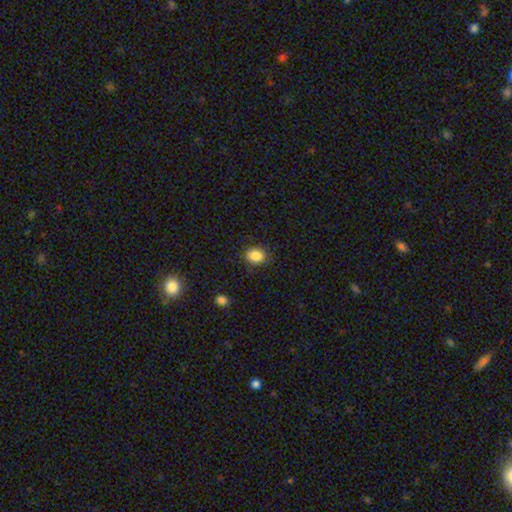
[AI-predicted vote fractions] smooth_or_featured: smooth (p=0.86) [alt: star or artifact p=0.10]
how_rounded: round (p=0.53) [alt: in between p=0.46]
merging: none (p=0.85) [alt: minor disturbance p=0.11]